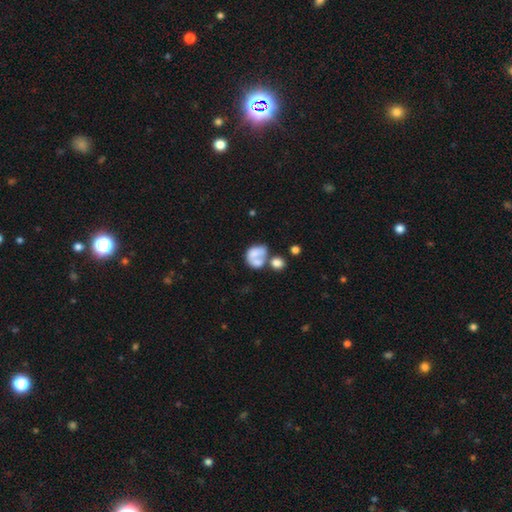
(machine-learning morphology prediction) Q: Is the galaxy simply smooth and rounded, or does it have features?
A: smooth — 58%.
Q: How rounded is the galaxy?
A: in between — 60%.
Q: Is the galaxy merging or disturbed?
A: merger — 49%.